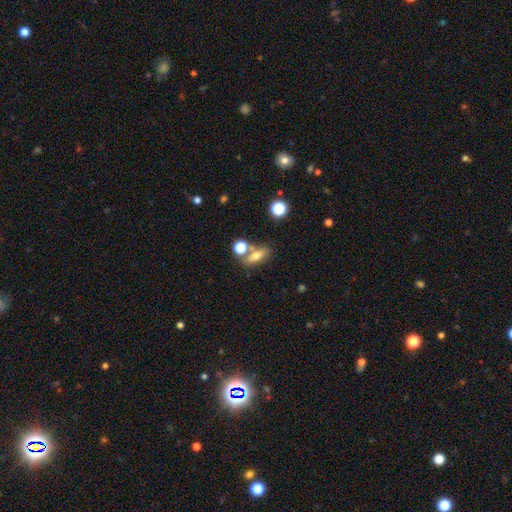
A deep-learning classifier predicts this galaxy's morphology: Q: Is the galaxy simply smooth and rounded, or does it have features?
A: smooth — 66%.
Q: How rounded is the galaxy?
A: in between — 59%.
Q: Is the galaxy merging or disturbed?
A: none — 58%.